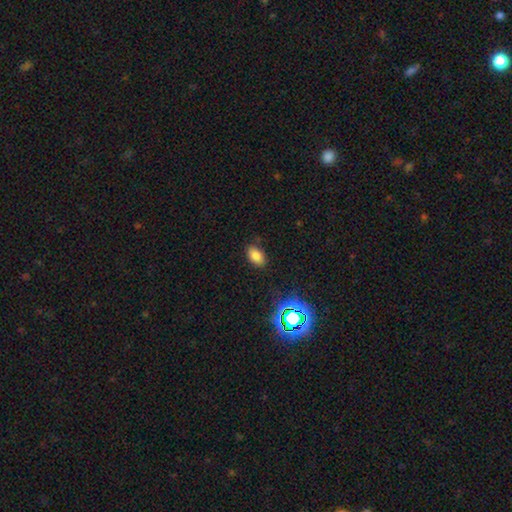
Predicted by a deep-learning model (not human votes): smooth-or-featured: smooth: 79% | star or artifact: 14% | featured or disk: 6%
  how-rounded: in between: 90% | round: 8% | cigar-shaped: 2%
  merging: none: 82% | minor disturbance: 13% | major disturbance: 3% | merger: 1%